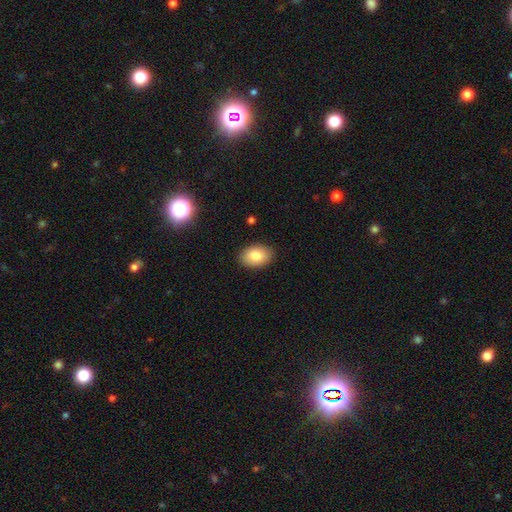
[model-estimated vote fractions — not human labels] Morphology: type=smooth (83%); roundness=in between (85%); merging=none (88%).